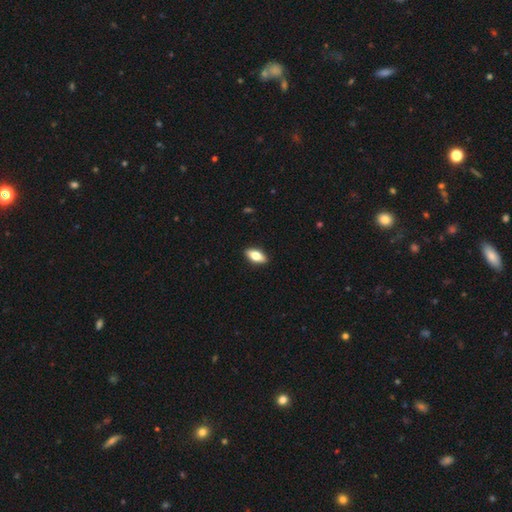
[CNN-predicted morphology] The model was most divided on "smooth or featured": smooth: 66%, featured or disk: 27%, star or artifact: 7%. More confident: merging — none (90%); how rounded — in between (84%).